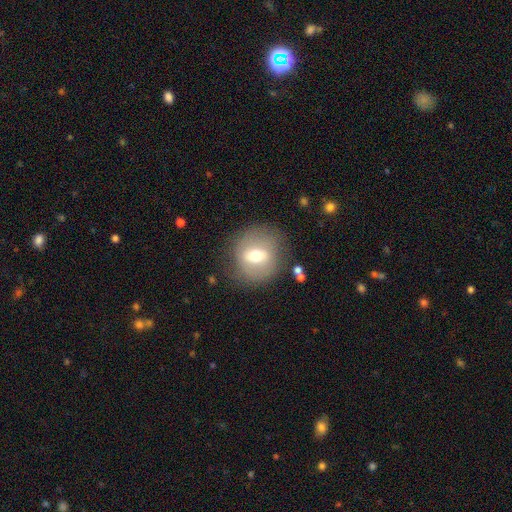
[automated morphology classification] smooth 50%, featured or disk 41%, star or artifact 9%. Down the decision tree: how rounded — round (81%); merging — none (76%).